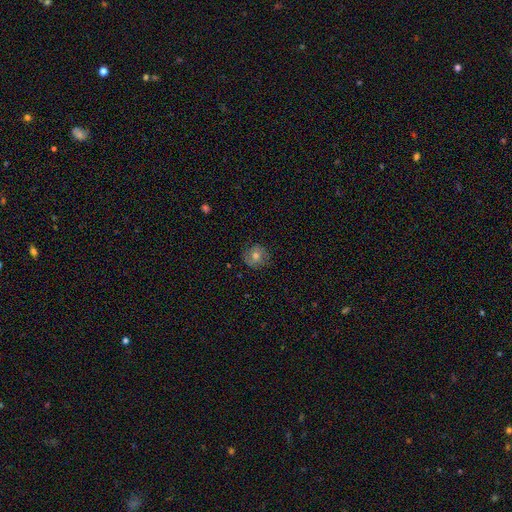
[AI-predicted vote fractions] A smooth galaxy with no disk features (54%) that is round (87%).

Vote fractions:
- Smooth or featured? smooth: 54% / featured or disk: 32% / star or artifact: 14%
- How rounded? round: 87% / in between: 12% / cigar-shaped: 1%
- Merging? none: 83% / minor disturbance: 12% / major disturbance: 4% / merger: 1%